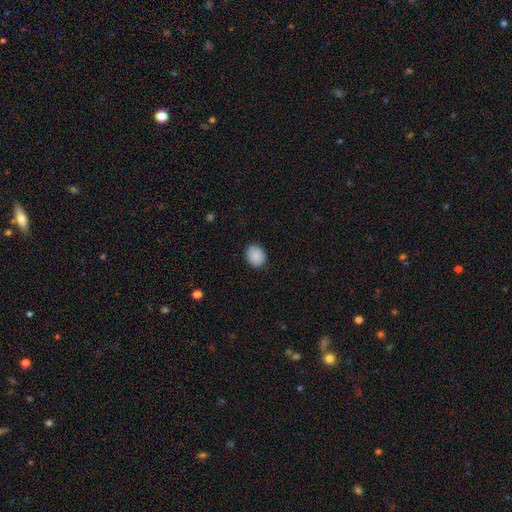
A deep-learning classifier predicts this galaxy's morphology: Q: Smooth or featured?
A: smooth (89%); runner-up: star or artifact (7%)
Q: How rounded?
A: round (58%); runner-up: in between (41%)
Q: Merging?
A: none (87%); runner-up: minor disturbance (10%)